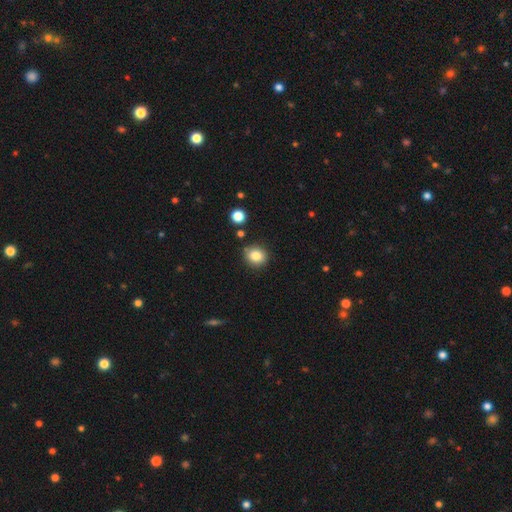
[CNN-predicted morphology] Smooth or featured: smooth — 82% (star or artifact — 11%)
How rounded: round — 85% (in between — 14%)
Merging: none — 85% (minor disturbance — 9%)